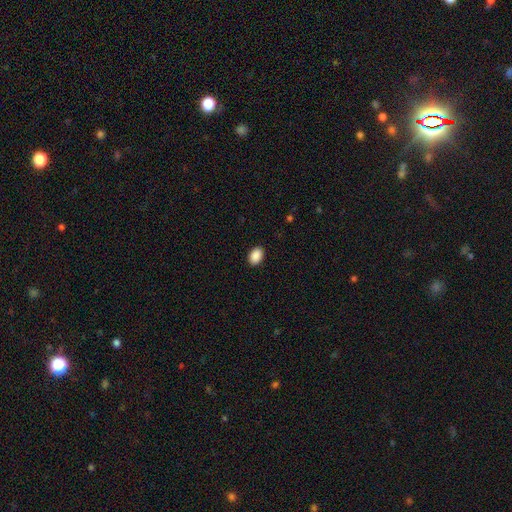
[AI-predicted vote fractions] Smooth or featured? Predicted: smooth (p=0.90). How rounded? Predicted: in between (p=0.81). Merging? Predicted: none (p=0.90).